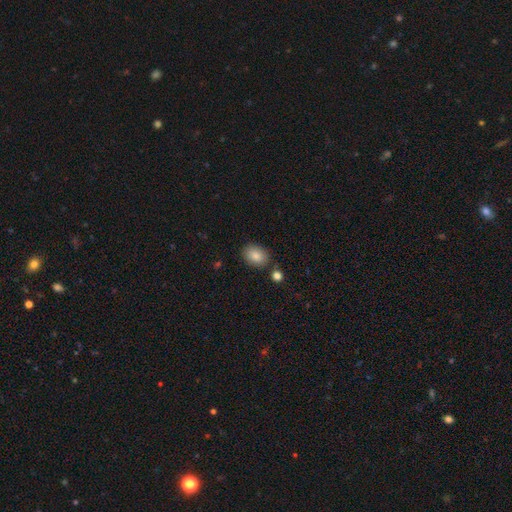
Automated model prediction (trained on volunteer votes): Overall: smooth (87%). How rounded: in between (73%). Merging: none (81%).